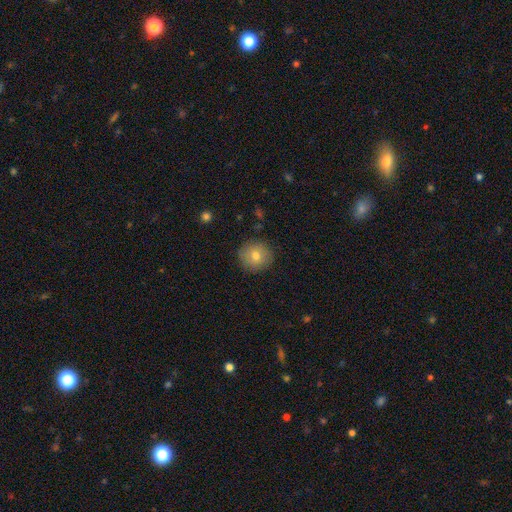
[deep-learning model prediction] Smooth or featured? Predicted: smooth (p=0.78). How rounded? Predicted: round (p=0.91). Merging? Predicted: none (p=0.89).